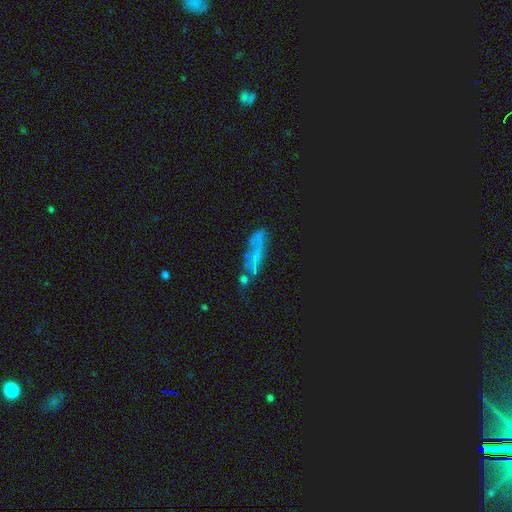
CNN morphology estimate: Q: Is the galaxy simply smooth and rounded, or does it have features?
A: featured or disk — 40%.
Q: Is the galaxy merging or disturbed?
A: none — 45%.